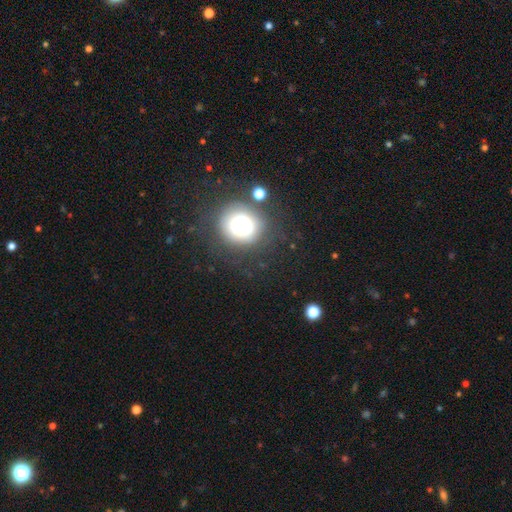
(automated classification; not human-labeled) smooth 64%, star or artifact 22%, featured or disk 14%. Down the decision tree: how rounded — round (81%); merging — none (81%).